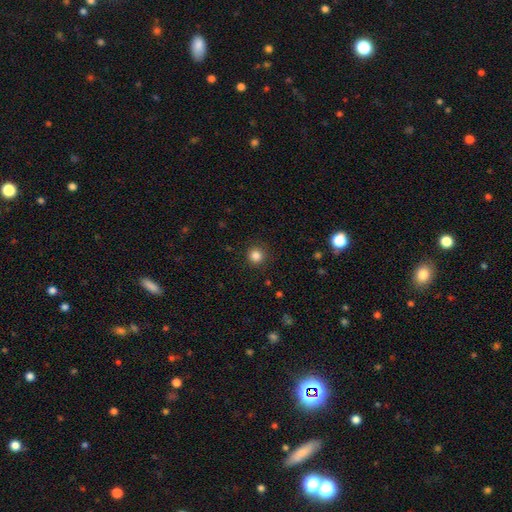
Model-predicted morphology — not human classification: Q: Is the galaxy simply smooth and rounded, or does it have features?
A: smooth — 84%.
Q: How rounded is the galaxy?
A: round — 94%.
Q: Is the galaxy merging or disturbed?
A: none — 89%.